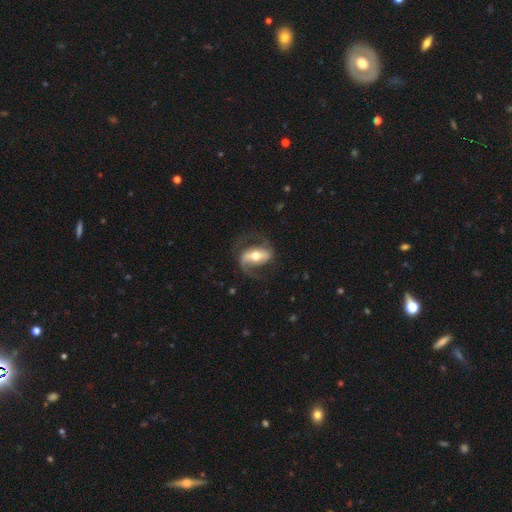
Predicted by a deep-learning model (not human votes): Q: Smooth or featured?
A: featured or disk (80%); runner-up: smooth (15%)
Q: Edge-on disk?
A: no (94%); runner-up: yes (6%)
Q: Bar?
A: strong (54%); runner-up: weak (28%)
Q: Spiral arms?
A: yes (90%); runner-up: no (10%)
Q: Spiral winding?
A: medium (46%); runner-up: loose (38%)
Q: Spiral arm count?
A: 2 (78%); runner-up: 1 (15%)
Q: Bulge size?
A: moderate (70%); runner-up: small (15%)
Q: Merging?
A: none (65%); runner-up: minor disturbance (17%)